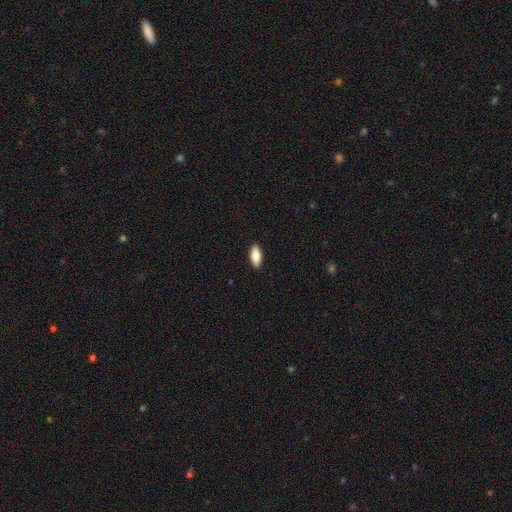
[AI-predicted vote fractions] This is clearly a smooth galaxy (83%). How rounded: clearly in between (81%). Merging: clearly none (90%).